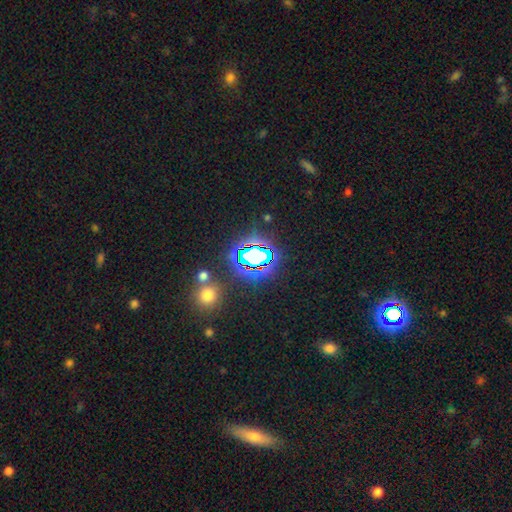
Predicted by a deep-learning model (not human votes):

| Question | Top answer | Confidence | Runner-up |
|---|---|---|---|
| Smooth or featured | star or artifact | 72% | smooth (17%) |